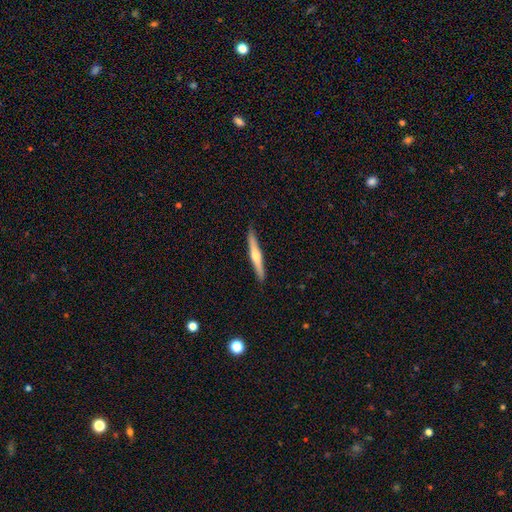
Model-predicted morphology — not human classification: This appears to be a featured or disk galaxy (62%) viewed edge-on (97%) with a rounded central bulge (88%). Merging: none (90%).